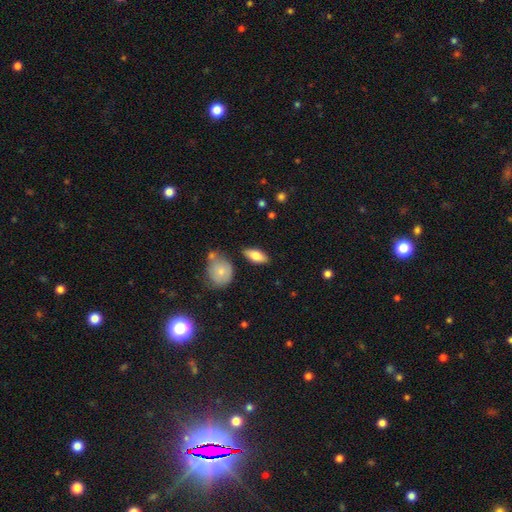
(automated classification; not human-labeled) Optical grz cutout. It shows a smooth galaxy with no disk features (77%) that is in between round and cigar-shaped (82%). Merging: none (82%).